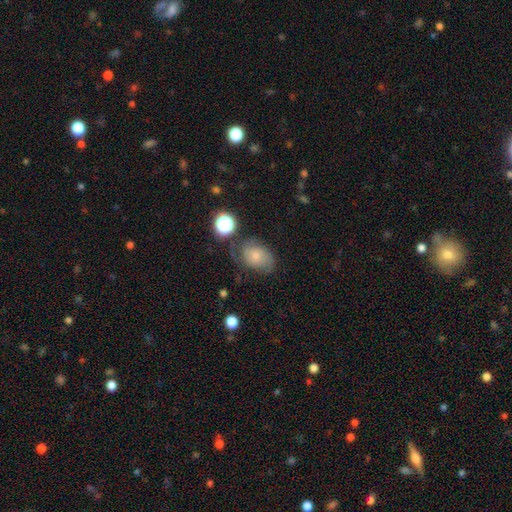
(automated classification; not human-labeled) smooth 54%, featured or disk 34%, star or artifact 13%. Down the decision tree: how rounded — in between (69%); merging — none (52%).